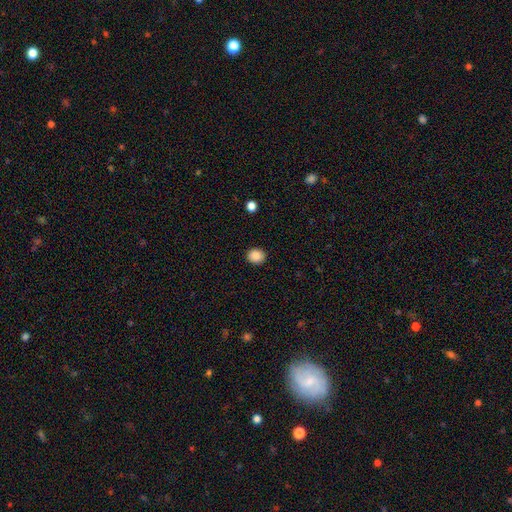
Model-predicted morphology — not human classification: Smooth or featured? smooth (88%)
How rounded? round (72%)
Merging? none (90%)